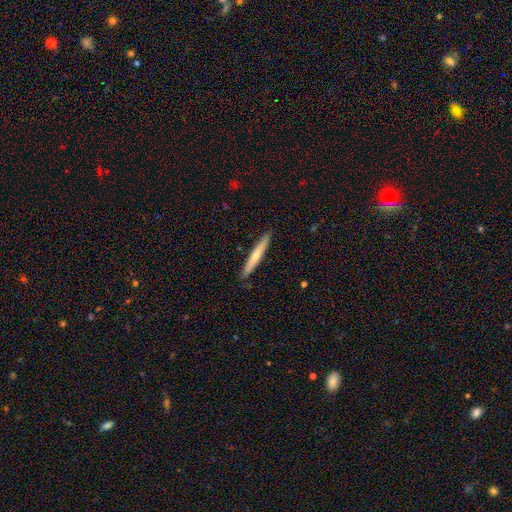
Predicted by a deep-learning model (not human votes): smooth-or-featured: smooth: 57% | featured or disk: 37% | star or artifact: 5%
  how-rounded: cigar-shaped: 95% | in between: 4% | round: 1%
  merging: none: 89% | minor disturbance: 8% | major disturbance: 1% | merger: 1%